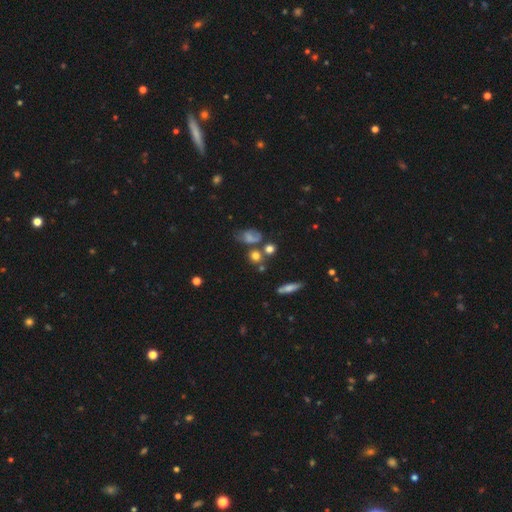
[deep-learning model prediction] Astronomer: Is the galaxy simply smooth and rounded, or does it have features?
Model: smooth — 67%.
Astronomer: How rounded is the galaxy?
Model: round — 72%.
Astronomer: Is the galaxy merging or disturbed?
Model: none — 56%.